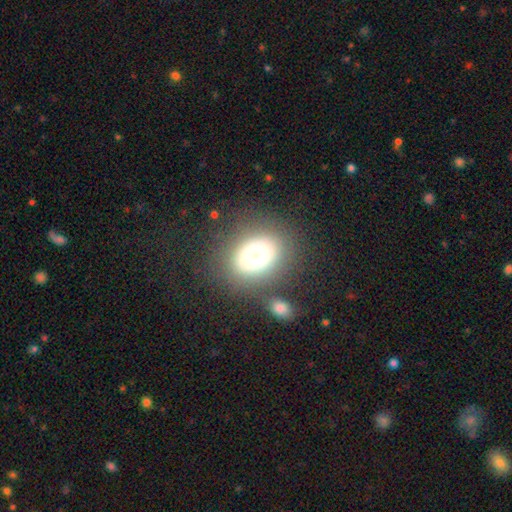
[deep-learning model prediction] The model was most divided on "how rounded": in between: 50%, round: 49%, cigar-shaped: 1%. More confident: smooth or featured — smooth (74%); merging — none (71%).